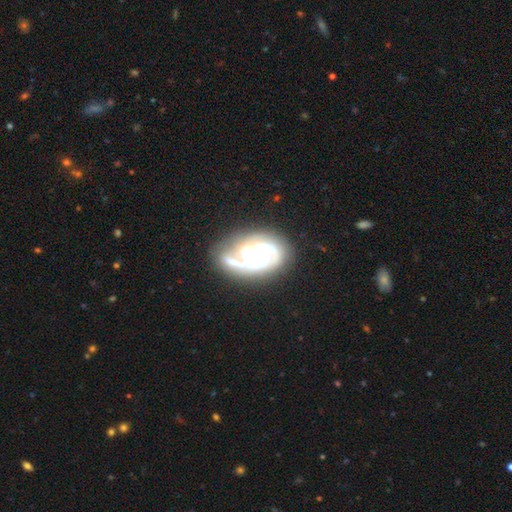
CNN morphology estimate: Smooth or featured? featured or disk (88%)
Edge-on disk? no (97%)
Bar? no (58%)
Spiral arms? yes (98%)
Spiral winding? tight (58%)
Spiral arm count? 3 (47%)
Bulge size? moderate (43%)
Merging? none (72%)